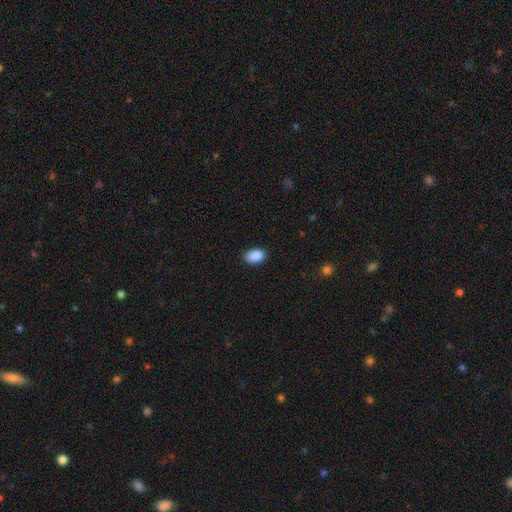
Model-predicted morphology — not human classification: The model was most divided on "merging": none: 85%, minor disturbance: 12%, major disturbance: 2%, merger: 1%. More confident: smooth or featured — smooth (90%); how rounded — in between (89%).